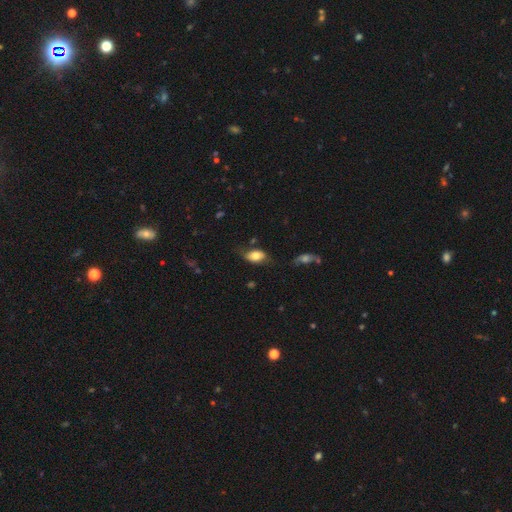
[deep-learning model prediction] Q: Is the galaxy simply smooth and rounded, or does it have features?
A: smooth — 75%.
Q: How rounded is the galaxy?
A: in between — 90%.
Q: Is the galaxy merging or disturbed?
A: none — 58%.